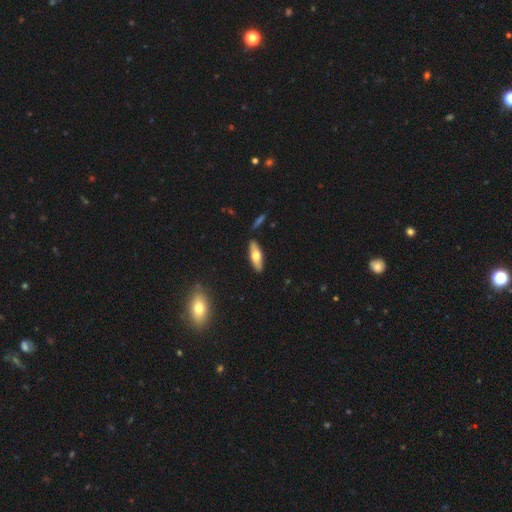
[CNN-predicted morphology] A smooth galaxy with no disk features (58%) that is in between round and cigar-shaped (56%).

Vote fractions:
- Smooth or featured? smooth: 58% / featured or disk: 36% / star or artifact: 6%
- How rounded? in between: 56% / cigar-shaped: 41% / round: 3%
- Merging? none: 87% / minor disturbance: 9% / merger: 2% / major disturbance: 2%